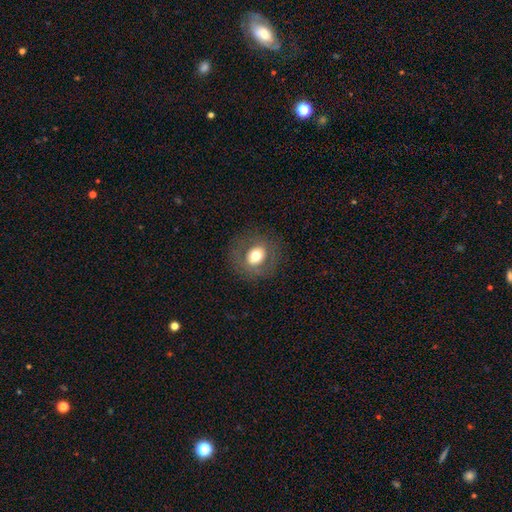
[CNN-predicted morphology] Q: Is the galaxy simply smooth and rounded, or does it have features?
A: smooth — 60%.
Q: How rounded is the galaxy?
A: round — 74%.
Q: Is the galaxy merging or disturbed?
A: none — 80%.